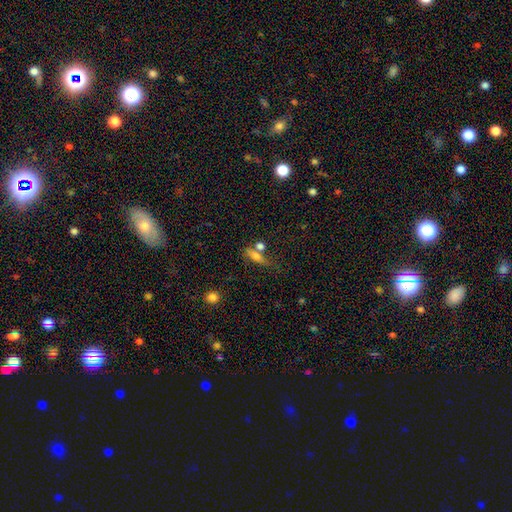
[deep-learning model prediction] A smooth galaxy with no disk features (66%) that is cigar-shaped (55%).

Vote fractions:
- Smooth or featured? smooth: 66% / featured or disk: 23% / star or artifact: 11%
- How rounded? cigar-shaped: 55% / in between: 38% / round: 7%
- Merging? none: 52% / merger: 25% / minor disturbance: 16% / major disturbance: 8%